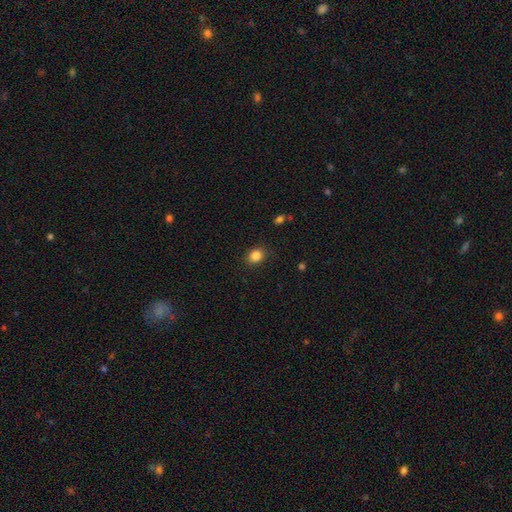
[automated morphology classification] smooth_or_featured: smooth (p=0.85) [alt: star or artifact p=0.10]
how_rounded: round (p=0.56) [alt: in between p=0.44]
merging: none (p=0.88) [alt: minor disturbance p=0.09]